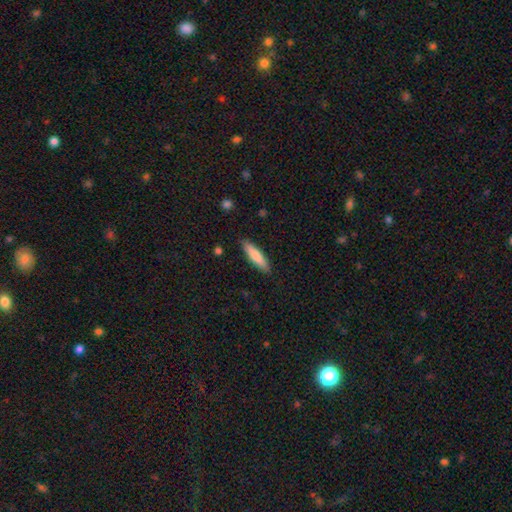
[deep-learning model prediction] Q: Smooth or featured?
A: smooth (78%); runner-up: featured or disk (17%)
Q: How rounded?
A: cigar-shaped (77%); runner-up: in between (22%)
Q: Merging?
A: none (89%); runner-up: minor disturbance (8%)